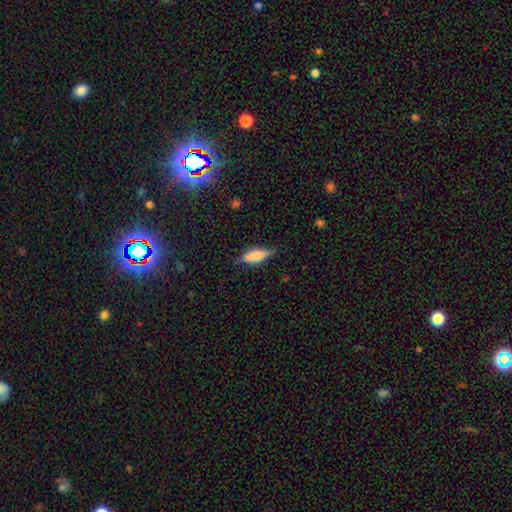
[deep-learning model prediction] A smooth galaxy with no disk features (55%) that is in between round and cigar-shaped (56%).

Vote fractions:
- Smooth or featured? smooth: 55% / featured or disk: 37% / star or artifact: 8%
- How rounded? in between: 56% / cigar-shaped: 41% / round: 3%
- Merging? none: 76% / minor disturbance: 18% / major disturbance: 5% / merger: 1%